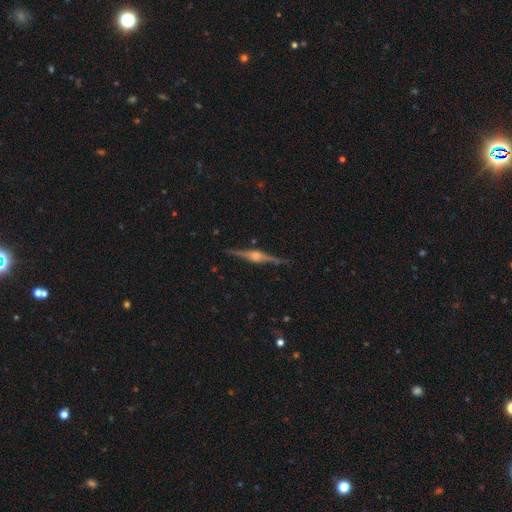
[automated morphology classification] The model was most divided on "edge-on bulge": rounded: 88%, boxy: 10%, none: 3%. More confident: edge-on disk — yes (98%); merging — none (90%); smooth or featured — featured or disk (88%).